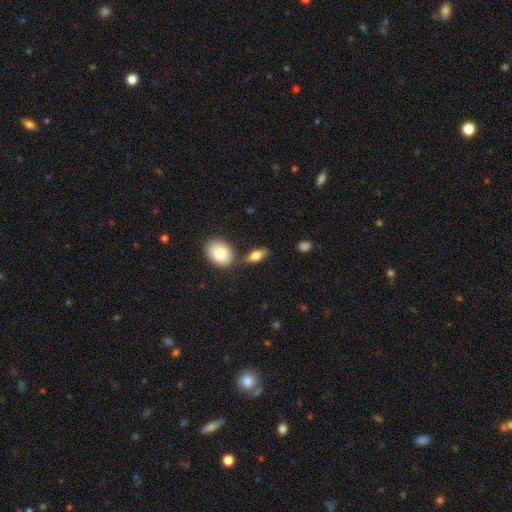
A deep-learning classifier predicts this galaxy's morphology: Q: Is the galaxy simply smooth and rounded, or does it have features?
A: smooth — 76%.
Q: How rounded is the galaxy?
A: in between — 82%.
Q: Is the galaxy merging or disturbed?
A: none — 67%.